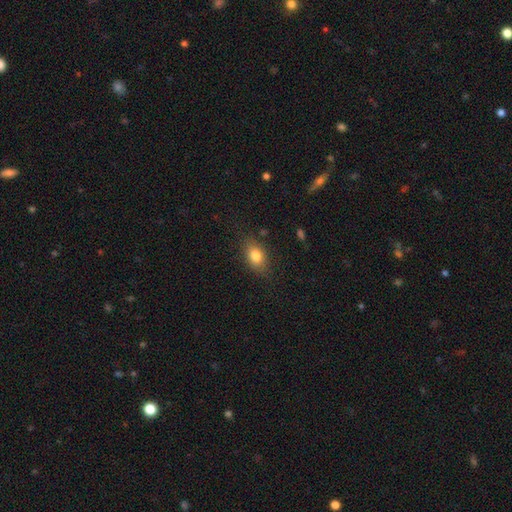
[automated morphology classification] A smooth galaxy with no disk features (80%) that is in between round and cigar-shaped (78%). Merging: none (81%).